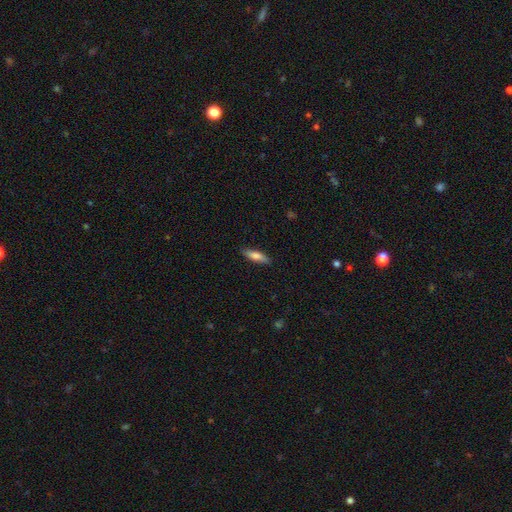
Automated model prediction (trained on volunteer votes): This is likely a smooth galaxy (76%). How rounded: possibly cigar-shaped (59%). Merging: clearly none (86%).